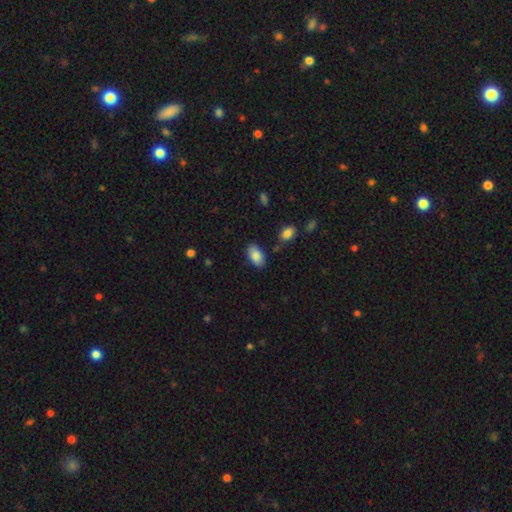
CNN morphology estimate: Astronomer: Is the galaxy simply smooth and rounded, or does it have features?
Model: smooth — 85%.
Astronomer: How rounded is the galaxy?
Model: in between — 94%.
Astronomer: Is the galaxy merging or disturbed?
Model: none — 83%.